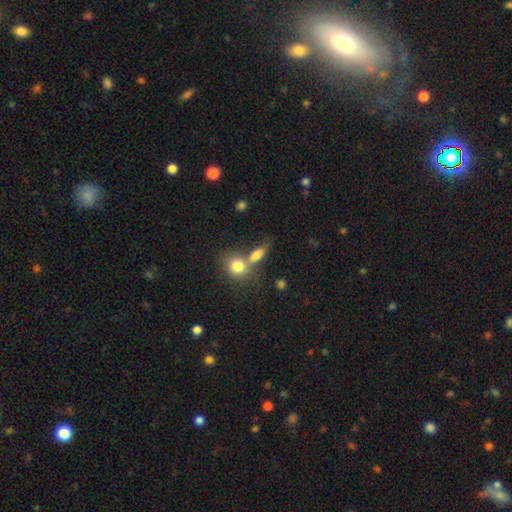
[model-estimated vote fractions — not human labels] Smooth or featured? Predicted: smooth (p=0.73). How rounded? Predicted: in between (p=0.57). Merging? Predicted: merger (p=0.44).